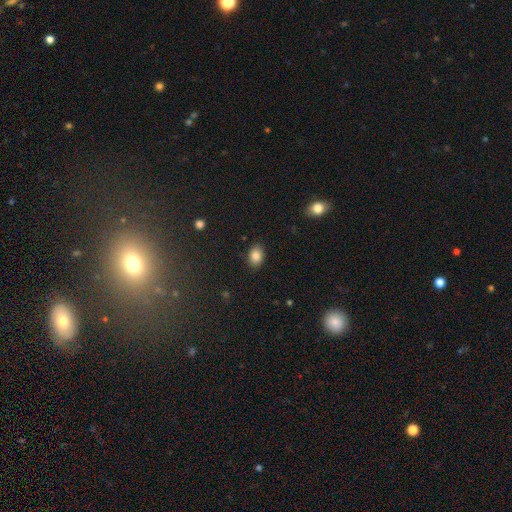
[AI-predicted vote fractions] Smooth or featured? Predicted: smooth (p=0.86). How rounded? Predicted: in between (p=0.75). Merging? Predicted: none (p=0.87).